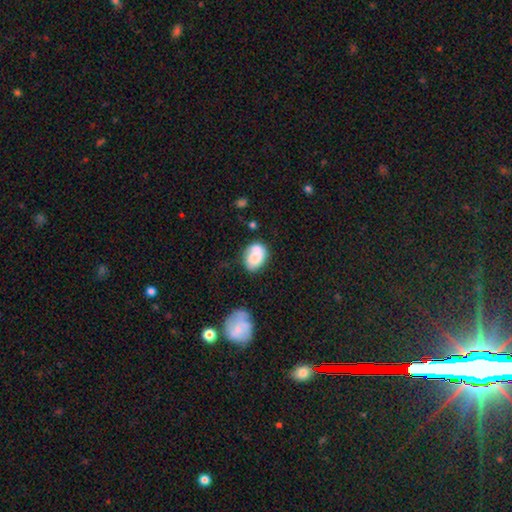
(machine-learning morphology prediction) A smooth galaxy with no disk features (71%) that is in between round and cigar-shaped (75%). Merging: none (55%).